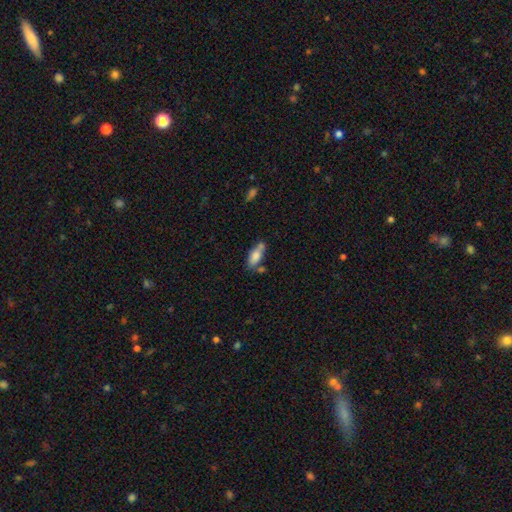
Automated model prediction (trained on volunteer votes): Overall: smooth (77%). How rounded: in between (71%). Merging: none (55%; minor disturbance 20%).